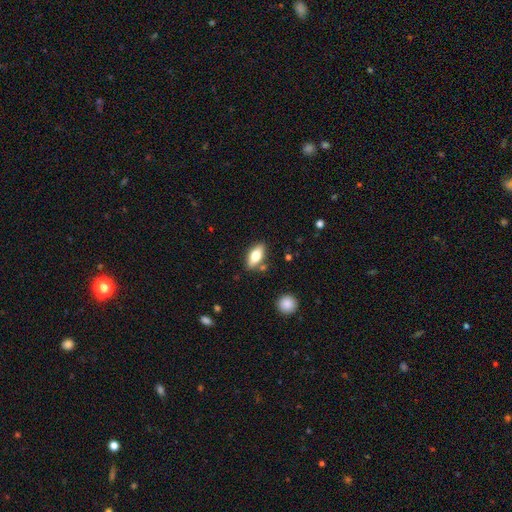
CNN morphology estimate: smooth-or-featured: smooth: 70% | featured or disk: 23% | star or artifact: 7%
  how-rounded: in between: 83% | cigar-shaped: 13% | round: 4%
  merging: none: 80% | minor disturbance: 12% | merger: 6% | major disturbance: 3%